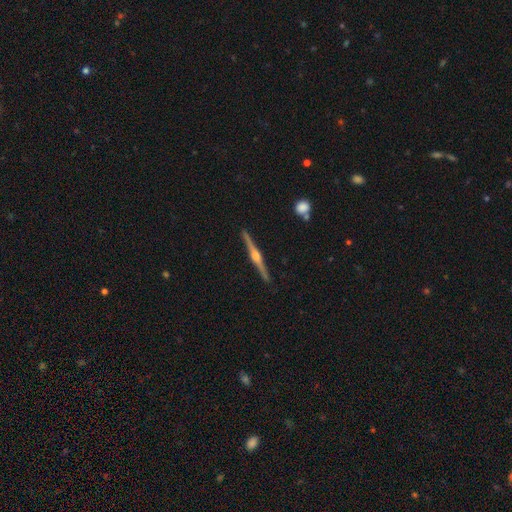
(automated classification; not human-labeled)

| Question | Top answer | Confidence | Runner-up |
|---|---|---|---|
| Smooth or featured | featured or disk | 87% | smooth (9%) |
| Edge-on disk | yes | 99% | no (1%) |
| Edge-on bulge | rounded | 93% | boxy (4%) |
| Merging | none | 92% | minor disturbance (5%) |